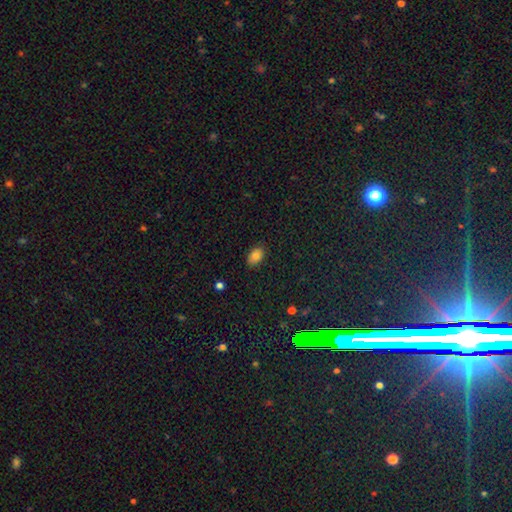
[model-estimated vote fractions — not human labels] This is clearly a smooth galaxy (84%). How rounded: clearly in between (88%). Merging: clearly none (85%).